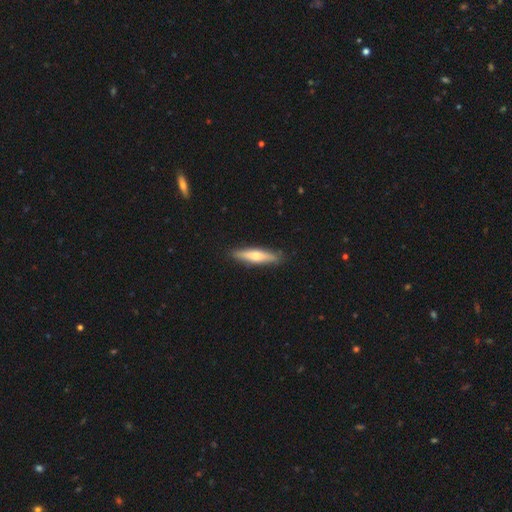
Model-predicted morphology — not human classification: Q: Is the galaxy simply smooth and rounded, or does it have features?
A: smooth — 57%.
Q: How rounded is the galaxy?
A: cigar-shaped — 83%.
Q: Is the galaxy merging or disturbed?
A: none — 89%.